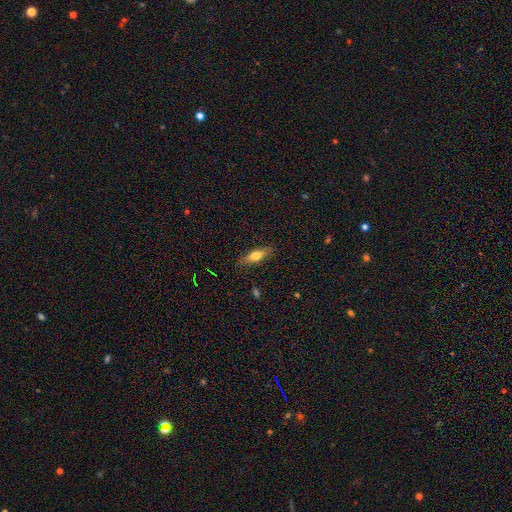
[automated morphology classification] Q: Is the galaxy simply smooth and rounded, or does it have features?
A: smooth — 68%.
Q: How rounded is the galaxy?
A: in between — 53%.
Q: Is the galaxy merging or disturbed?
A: none — 84%.